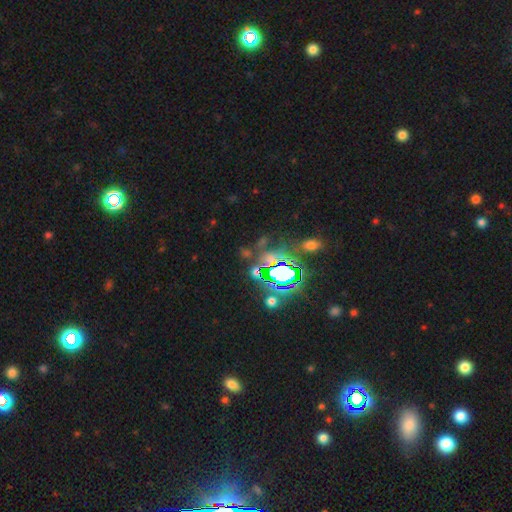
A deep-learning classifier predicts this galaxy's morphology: star or artifact 80%, smooth 12%, featured or disk 8%.